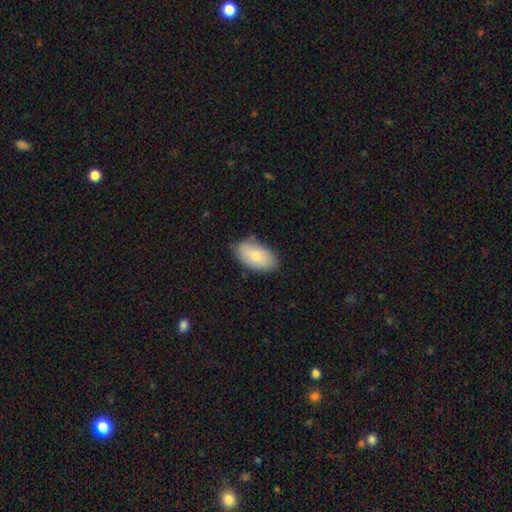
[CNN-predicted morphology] Smooth or featured? Predicted: smooth (p=0.80). How rounded? Predicted: in between (p=0.95). Merging? Predicted: none (p=0.80).